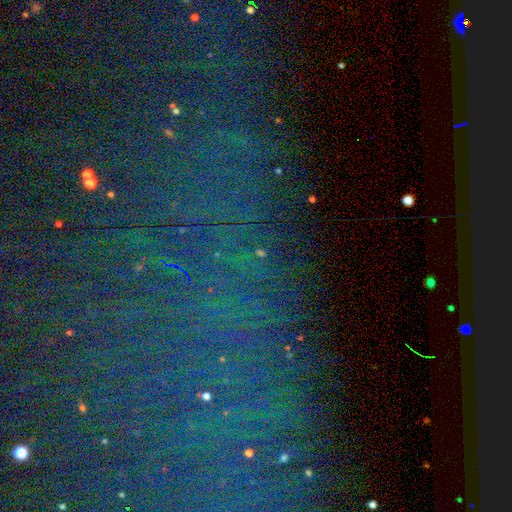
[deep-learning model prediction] This appears to be a star or artifact, not a galaxy (78%).